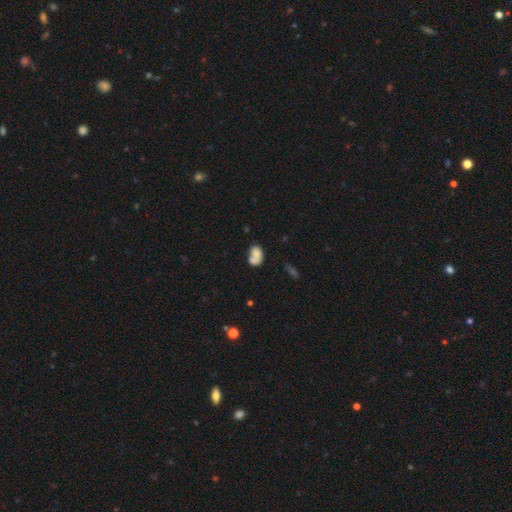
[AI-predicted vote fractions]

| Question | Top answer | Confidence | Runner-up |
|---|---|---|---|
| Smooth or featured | smooth | 73% | featured or disk (18%) |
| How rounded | in between | 77% | round (22%) |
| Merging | merger | 52% | none (27%) |